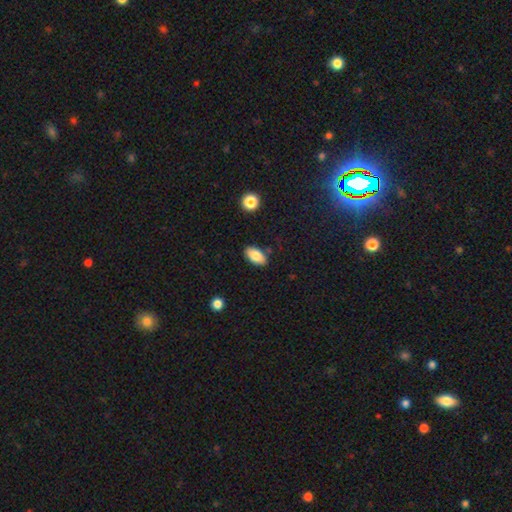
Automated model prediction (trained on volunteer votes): The model was most divided on "smooth or featured": smooth: 83%, featured or disk: 10%, star or artifact: 7%. More confident: how rounded — in between (92%); merging — none (85%).